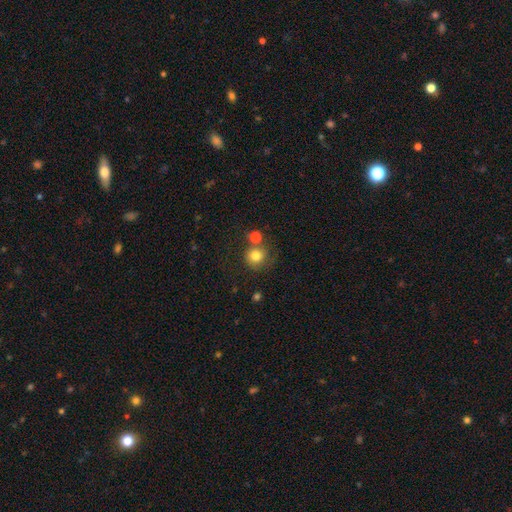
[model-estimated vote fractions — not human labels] Smooth or featured: smooth — 80% (star or artifact — 11%)
How rounded: round — 91% (in between — 8%)
Merging: none — 65% (merger — 18%)